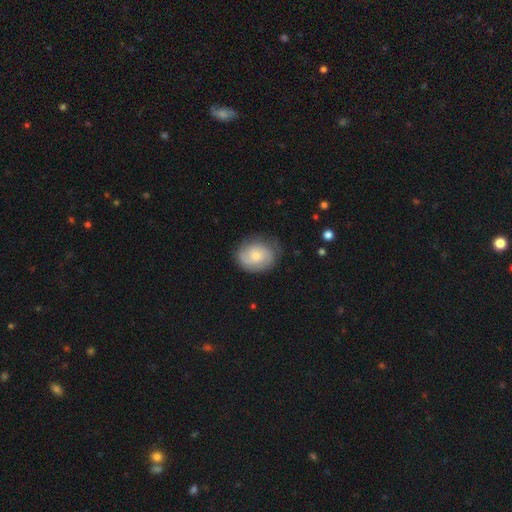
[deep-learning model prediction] featured or disk 55%, smooth 39%, star or artifact 7%. Down the decision tree: edge-on disk — no (97%); bar — no (71%); spiral arms — yes (88%); bulge size — small (53%); merging — none (73%).